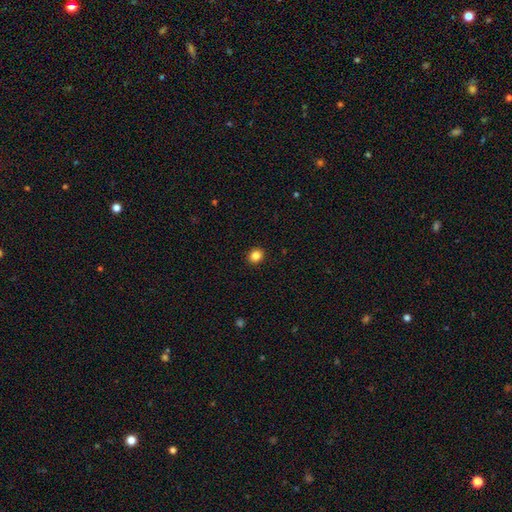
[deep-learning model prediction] Overall: smooth (85%). How rounded: round (79%). Merging: none (92%).